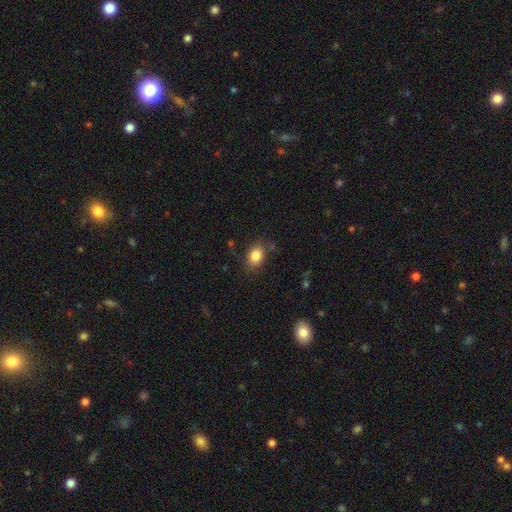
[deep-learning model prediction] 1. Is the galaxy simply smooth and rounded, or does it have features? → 83% smooth, 9% star or artifact, 8% featured or disk.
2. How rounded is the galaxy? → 65% in between, 34% round, 1% cigar-shaped.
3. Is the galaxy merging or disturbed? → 75% none, 17% minor disturbance, 5% major disturbance, 3% merger.